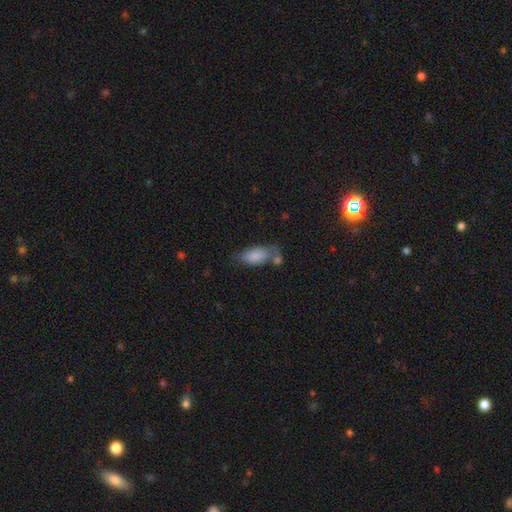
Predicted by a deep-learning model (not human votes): Smooth or featured: smooth — 82% (featured or disk — 11%)
How rounded: in between — 90% (cigar-shaped — 7%)
Merging: none — 43% (minor disturbance — 25%)